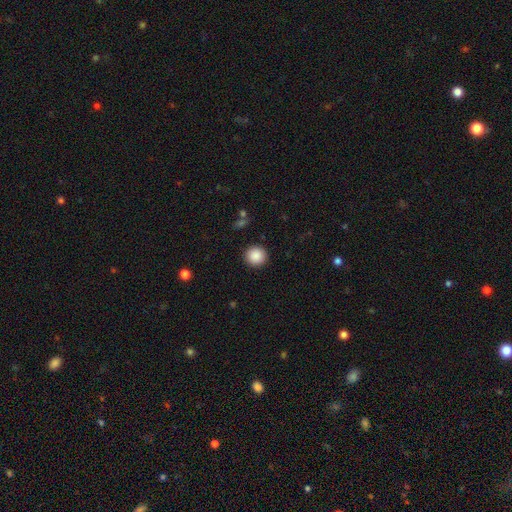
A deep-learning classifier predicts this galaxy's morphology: Overall: smooth (88%). How rounded: round (94%). Merging: none (92%).